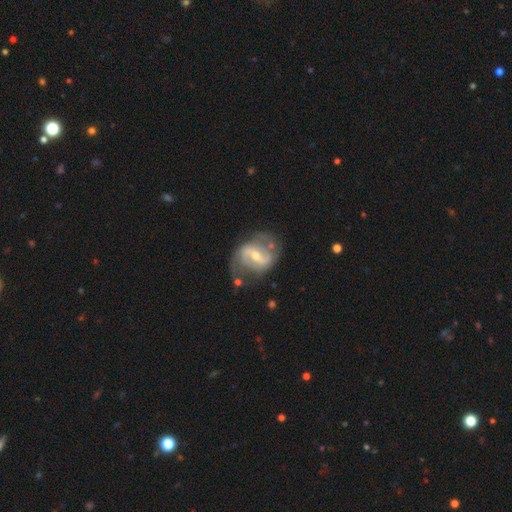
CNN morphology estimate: Overall: featured or disk (84%). Edge-on disk: no (97%). Bar: strong (44%; weak 43%). Spiral arms: yes (91%). Spiral arm count: 2 (85%). Spiral winding: medium (47%; loose 36%). Bulge size: moderate (49%; small 45%). Merging: none (57%; minor disturbance 22%).